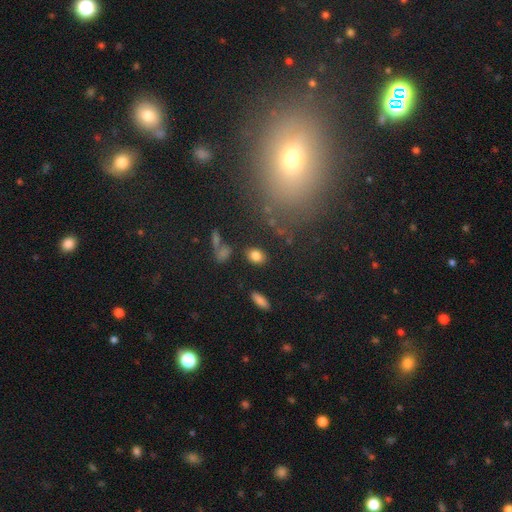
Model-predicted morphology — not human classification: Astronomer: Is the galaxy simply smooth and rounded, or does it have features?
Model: smooth — 82%.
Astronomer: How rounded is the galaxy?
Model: in between — 66%.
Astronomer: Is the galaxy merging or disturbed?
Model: none — 81%.